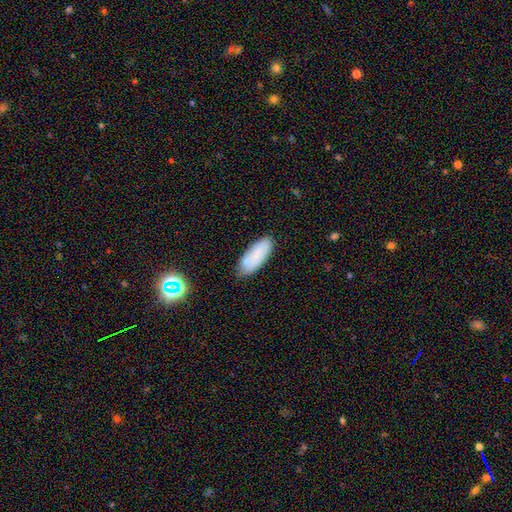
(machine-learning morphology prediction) This appears to be a smooth galaxy with no disk features (77%) that is in between round and cigar-shaped (77%). Merging: none (77%).